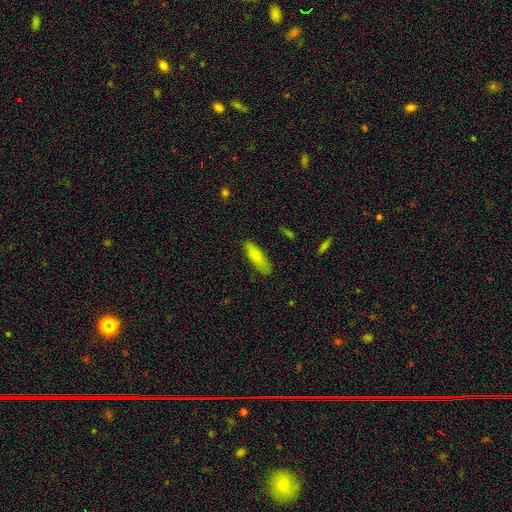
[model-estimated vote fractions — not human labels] smooth_or_featured: smooth (p=0.82) [alt: featured or disk p=0.11]
how_rounded: in between (p=0.50) [alt: cigar-shaped p=0.48]
merging: none (p=0.83) [alt: minor disturbance p=0.13]